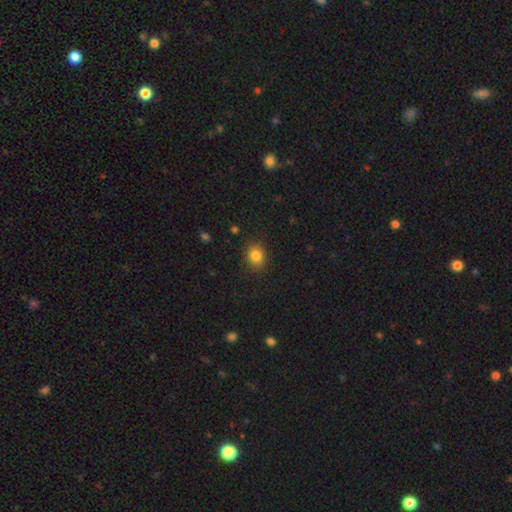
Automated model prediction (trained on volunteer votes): Overall: smooth (84%). How rounded: round (58%; in between 41%). Merging: none (88%).